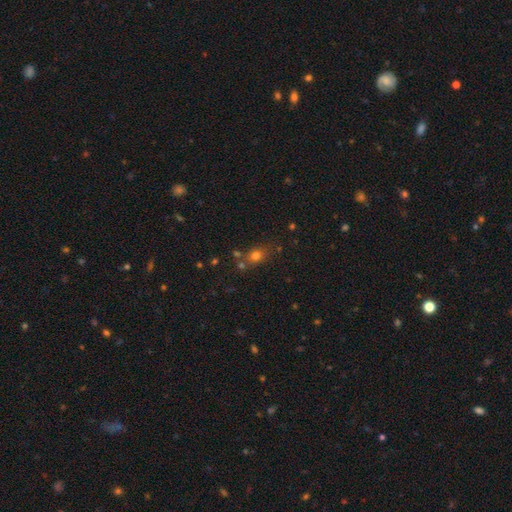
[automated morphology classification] Q: Smooth or featured?
A: smooth (72%); runner-up: star or artifact (18%)
Q: How rounded?
A: round (57%); runner-up: in between (41%)
Q: Merging?
A: none (62%); runner-up: merger (17%)